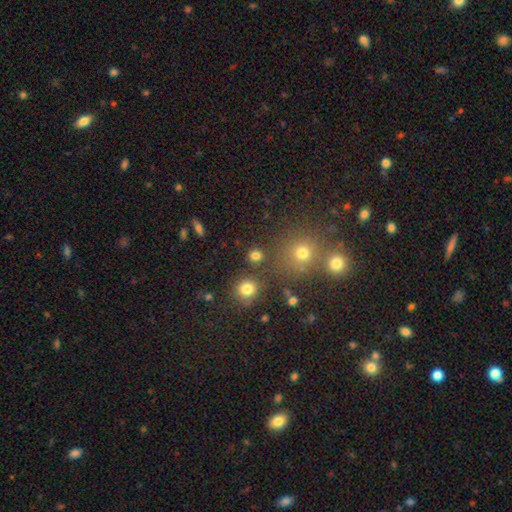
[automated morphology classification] type=smooth (78%); roundness=round (88%); merging=none (82%).